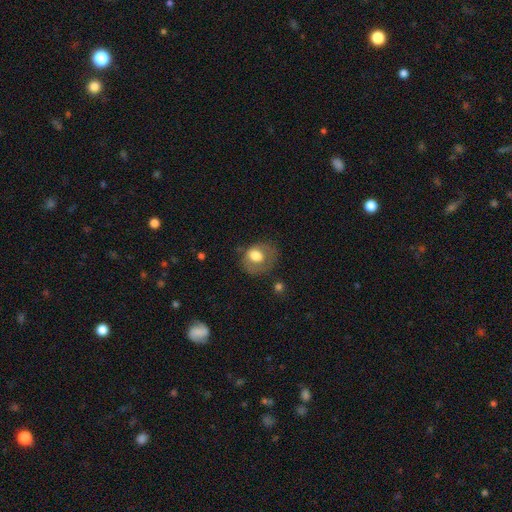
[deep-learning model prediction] Smooth or featured? Predicted: smooth (p=0.66). How rounded? Predicted: round (p=0.57). Merging? Predicted: none (p=0.48).